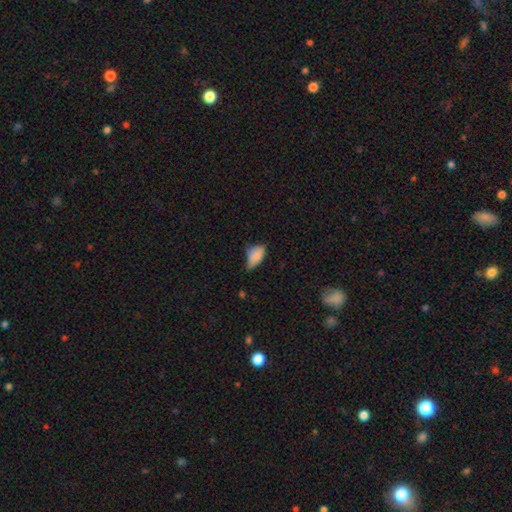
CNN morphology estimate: smooth 81%, featured or disk 10%, star or artifact 9%. Down the decision tree: how rounded — in between (89%); merging — minor disturbance (49%).